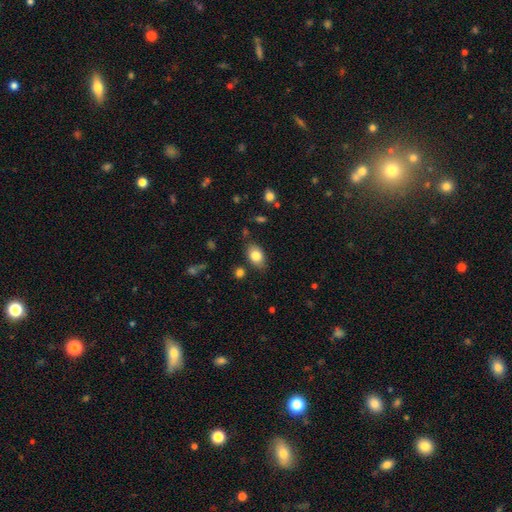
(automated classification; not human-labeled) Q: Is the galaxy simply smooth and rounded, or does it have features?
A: smooth — 82%.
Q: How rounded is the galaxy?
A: in between — 85%.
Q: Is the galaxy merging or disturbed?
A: none — 80%.